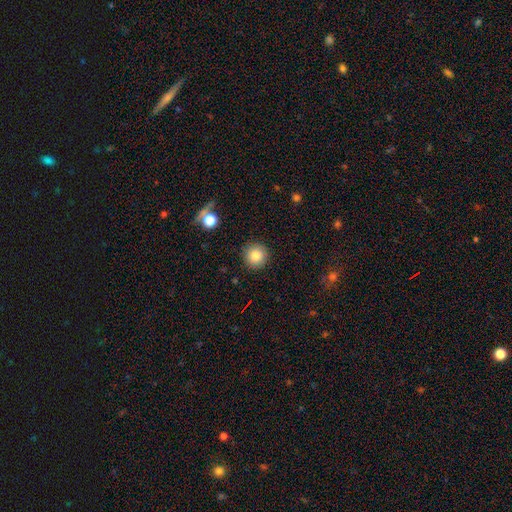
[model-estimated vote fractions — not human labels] Overall: smooth (84%). How rounded: round (95%). Merging: none (90%).